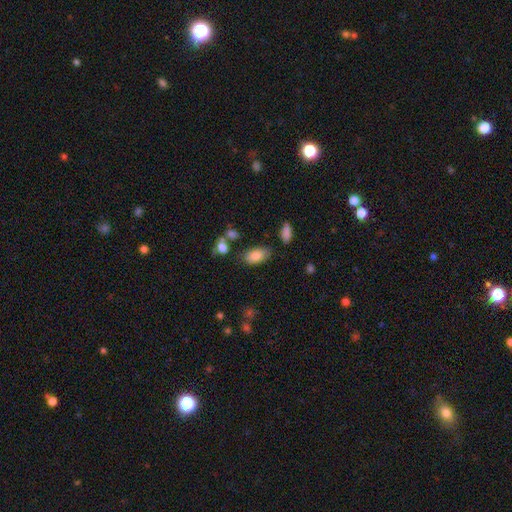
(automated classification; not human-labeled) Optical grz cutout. It shows a smooth galaxy with no disk features (82%) that is in between round and cigar-shaped (93%). Merging: none (76%).